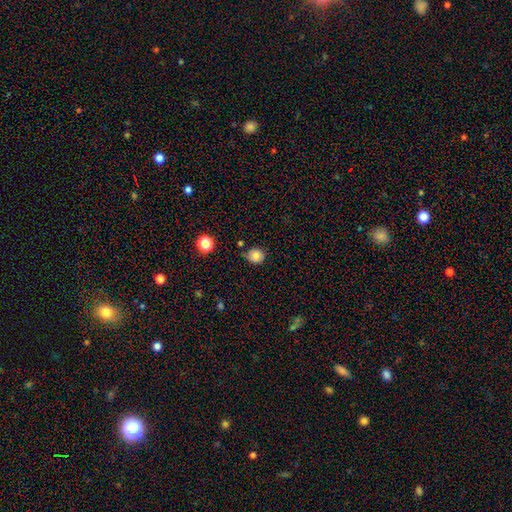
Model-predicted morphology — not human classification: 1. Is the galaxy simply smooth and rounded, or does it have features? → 80% smooth, 11% star or artifact, 9% featured or disk.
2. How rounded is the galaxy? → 82% round, 17% in between, 1% cigar-shaped.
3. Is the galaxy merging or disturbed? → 73% none, 19% minor disturbance, 4% merger, 3% major disturbance.